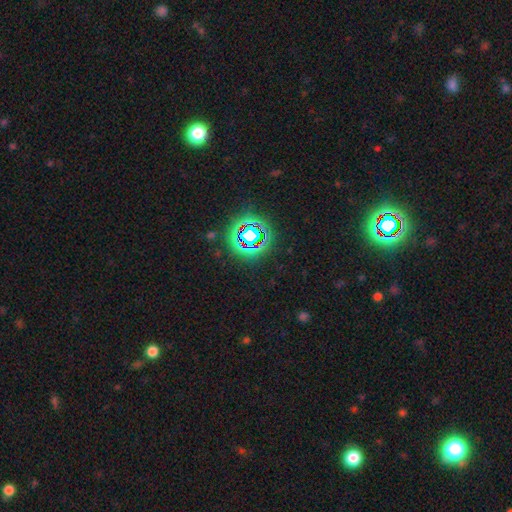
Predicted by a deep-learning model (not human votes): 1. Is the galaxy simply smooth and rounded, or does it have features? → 81% star or artifact, 13% smooth, 7% featured or disk.